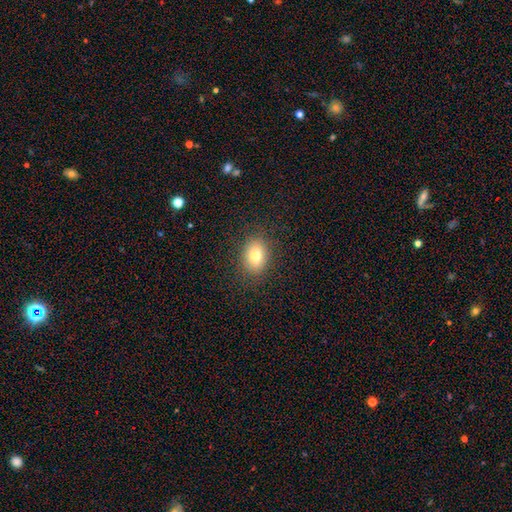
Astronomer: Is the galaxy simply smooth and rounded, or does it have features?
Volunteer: smooth — 95%.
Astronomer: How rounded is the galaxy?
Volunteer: in between — 83%.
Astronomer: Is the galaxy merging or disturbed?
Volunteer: none — 89%.